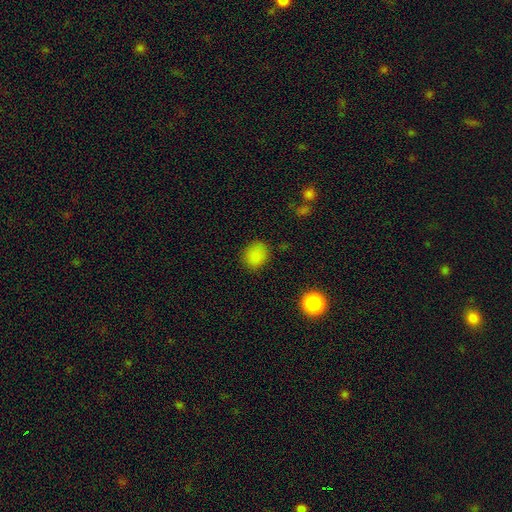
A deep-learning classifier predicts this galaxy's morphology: type=smooth (83%); roundness=round (65%); merging=none (84%).